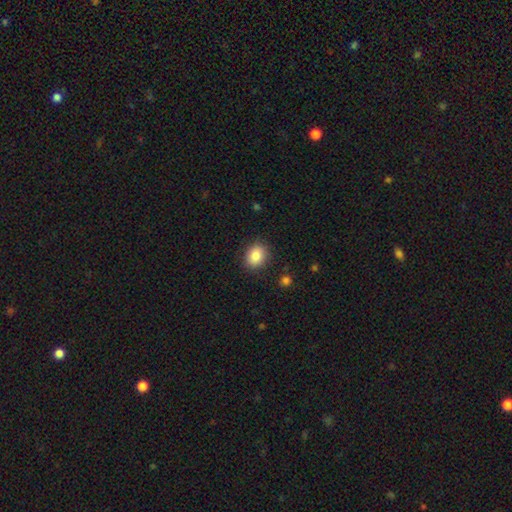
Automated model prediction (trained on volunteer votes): Smooth or featured? Predicted: smooth (p=0.85). How rounded? Predicted: in between (p=0.56). Merging? Predicted: none (p=0.87).